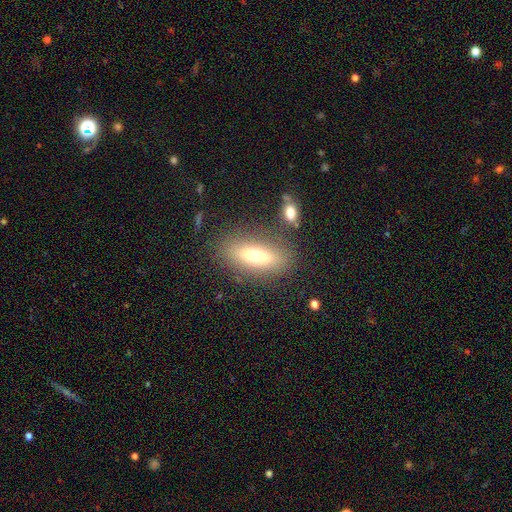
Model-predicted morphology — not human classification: Smooth or featured? smooth (64%)
How rounded? in between (66%)
Merging? none (79%)